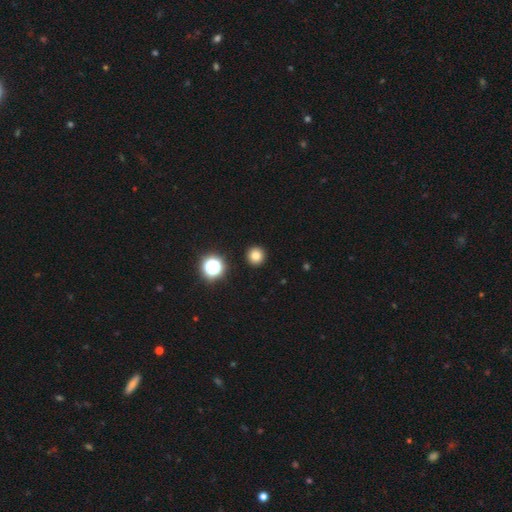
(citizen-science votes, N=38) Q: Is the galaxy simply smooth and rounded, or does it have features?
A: smooth — 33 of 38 (87%).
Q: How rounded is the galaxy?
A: round — 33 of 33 (100%).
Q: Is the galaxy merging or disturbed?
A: none — 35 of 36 (97%).